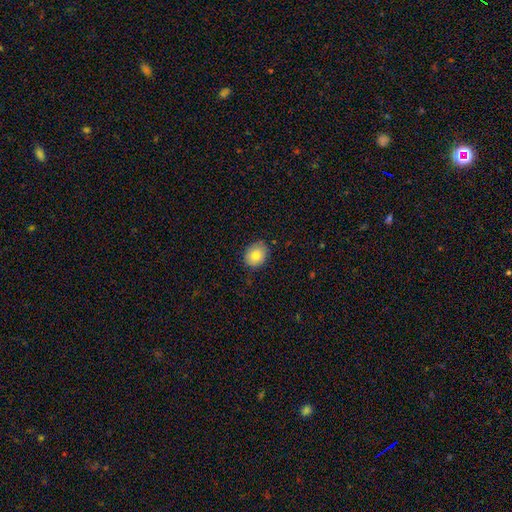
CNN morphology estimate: A smooth galaxy with no disk features (80%) that is round (57%).

Vote fractions:
- Smooth or featured? smooth: 80% / featured or disk: 11% / star or artifact: 9%
- How rounded? round: 57% / in between: 42% / cigar-shaped: 1%
- Merging? none: 83% / minor disturbance: 13% / major disturbance: 2% / merger: 1%